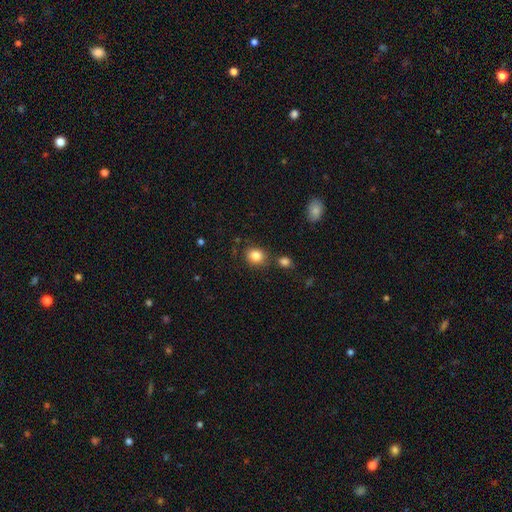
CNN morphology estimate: The model was most divided on "how rounded": round: 67%, in between: 32%, cigar-shaped: 1%. More confident: smooth or featured — smooth (84%); merging — none (76%).